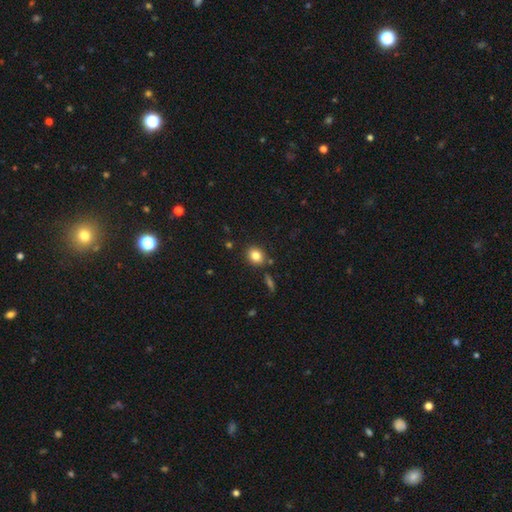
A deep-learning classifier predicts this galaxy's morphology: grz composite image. It shows a smooth galaxy with no disk features (83%) that is round (58%). Merging: none (83%).